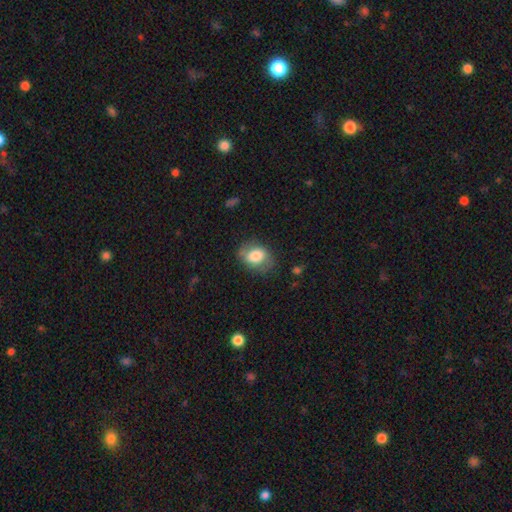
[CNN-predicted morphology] A smooth galaxy with no disk features (73%) that is in between round and cigar-shaped (66%). Merging: none (67%).